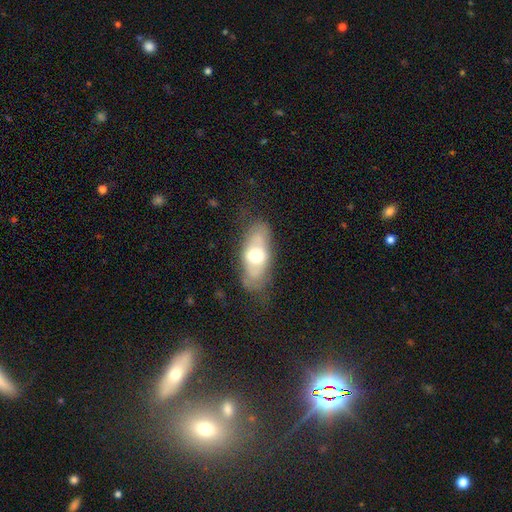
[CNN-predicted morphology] type=smooth (52%); roundness=in between (81%); merging=none (65%).